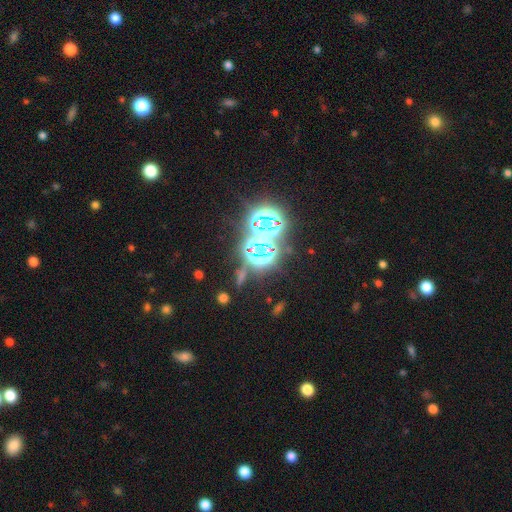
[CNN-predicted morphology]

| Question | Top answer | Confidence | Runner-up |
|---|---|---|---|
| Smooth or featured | star or artifact | 80% | smooth (14%) |